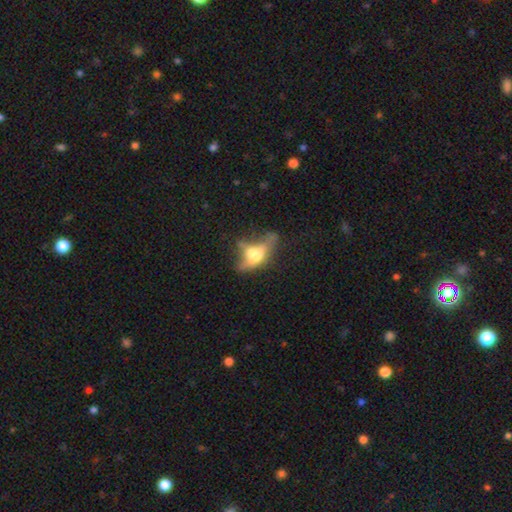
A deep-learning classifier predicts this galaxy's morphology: Smooth or featured? Predicted: featured or disk (p=0.51). Edge-on disk? Predicted: yes (p=0.51). Merging? Predicted: major disturbance (p=0.35).